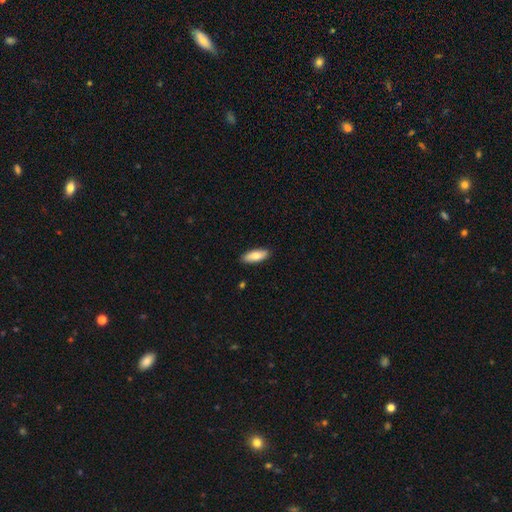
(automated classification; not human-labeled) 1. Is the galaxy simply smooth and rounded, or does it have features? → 80% smooth, 14% featured or disk, 6% star or artifact.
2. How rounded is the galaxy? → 74% in between, 24% cigar-shaped, 2% round.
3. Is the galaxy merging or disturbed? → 89% none, 9% minor disturbance, 2% major disturbance, 1% merger.